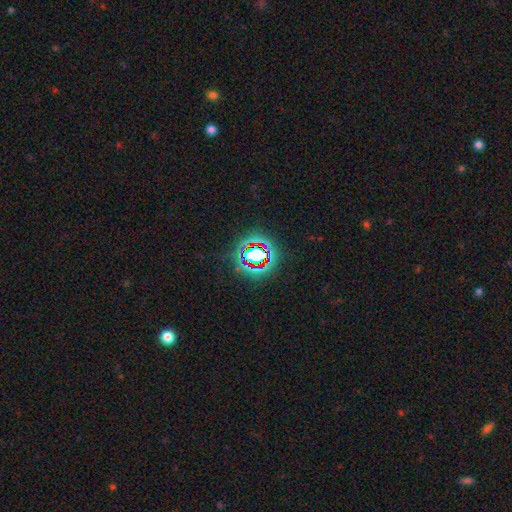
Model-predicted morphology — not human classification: Smooth or featured? star or artifact (66%)